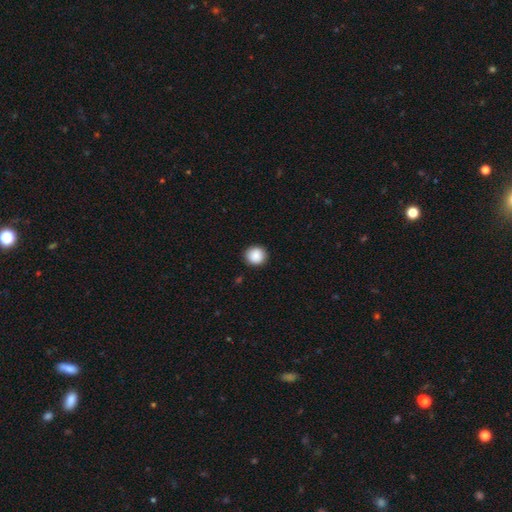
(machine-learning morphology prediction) Smooth or featured? Predicted: smooth (p=0.89). How rounded? Predicted: round (p=0.91). Merging? Predicted: none (p=0.91).